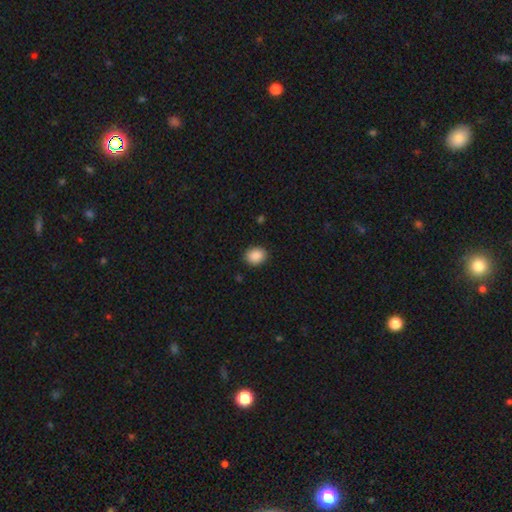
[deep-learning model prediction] Smooth or featured? smooth (89%)
How rounded? round (54%)
Merging? none (88%)